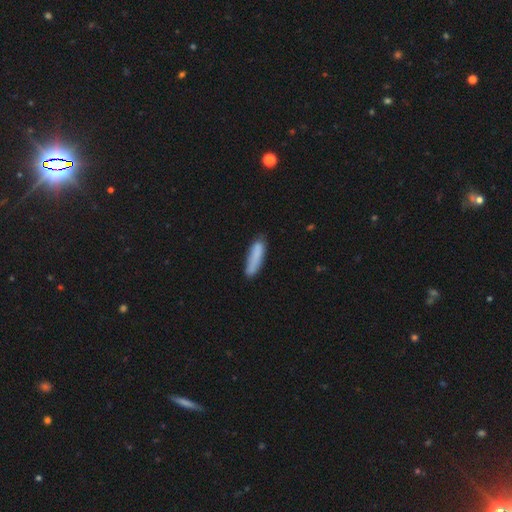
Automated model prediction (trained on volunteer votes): This is clearly a smooth galaxy (82%). How rounded: likely cigar-shaped (74%). Merging: likely none (73%).